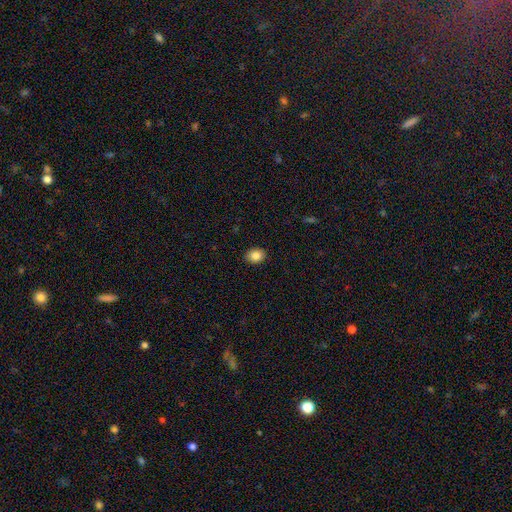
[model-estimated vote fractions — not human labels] smooth 85%, star or artifact 9%, featured or disk 6%. Down the decision tree: how rounded — in between (52%); merging — none (90%).